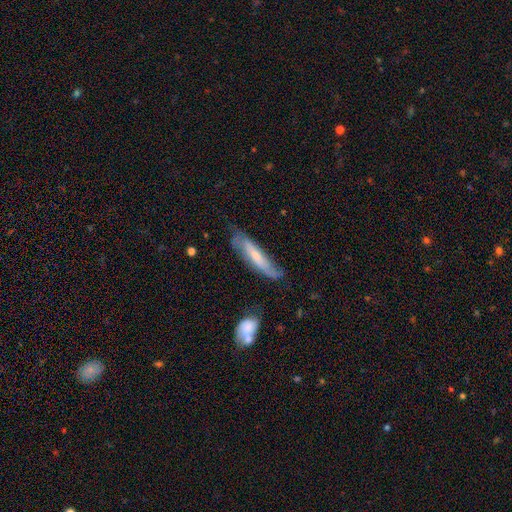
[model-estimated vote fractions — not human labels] Overall: featured or disk (50%; smooth 43%). Edge-on disk: no (51%; yes 49%). Merging: none (57%; minor disturbance 28%).